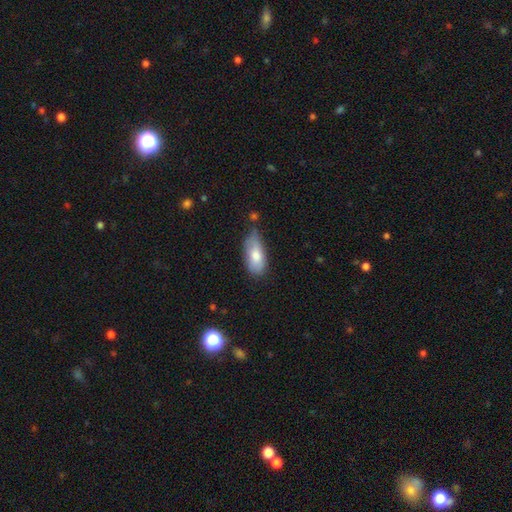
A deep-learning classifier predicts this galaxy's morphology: Smooth or featured? smooth (73%)
How rounded? in between (85%)
Merging? none (52%)